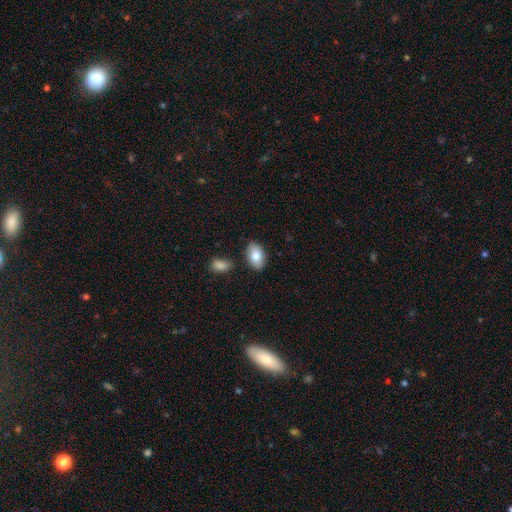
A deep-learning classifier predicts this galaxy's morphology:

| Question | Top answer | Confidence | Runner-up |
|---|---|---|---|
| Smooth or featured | smooth | 80% | featured or disk (13%) |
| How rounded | in between | 91% | round (8%) |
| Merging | none | 83% | minor disturbance (11%) |